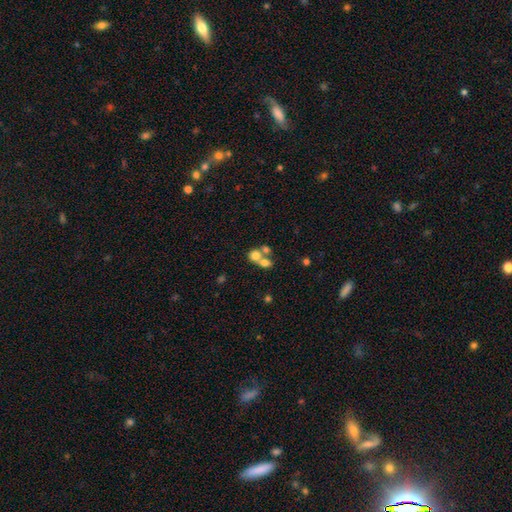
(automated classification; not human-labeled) The model was most divided on "merging": merger: 60%, none: 29%, minor disturbance: 6%, major disturbance: 5%. More confident: how rounded — round (72%); smooth or featured — smooth (69%).